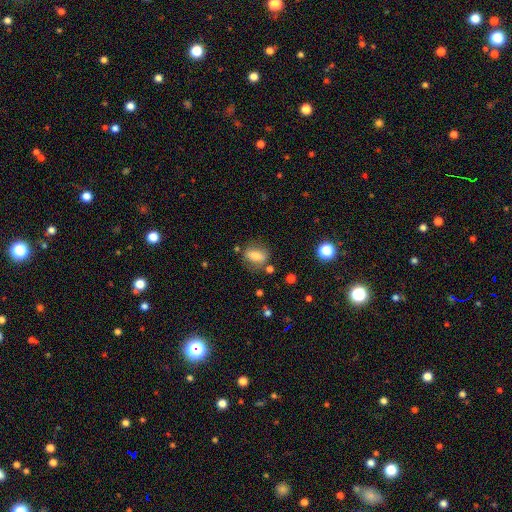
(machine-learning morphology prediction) This appears to be a smooth galaxy with no disk features (70%) that is in between round and cigar-shaped (68%). Merging: none (72%).